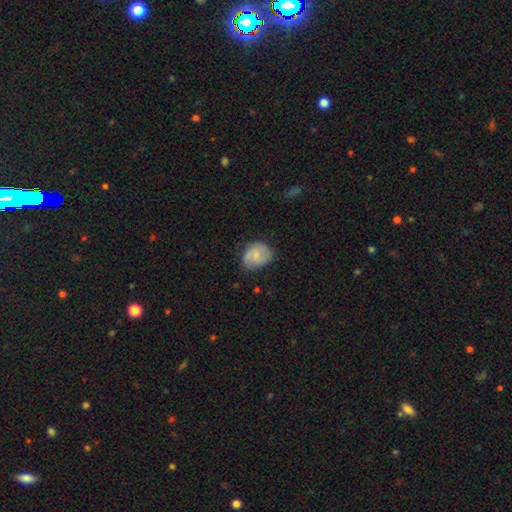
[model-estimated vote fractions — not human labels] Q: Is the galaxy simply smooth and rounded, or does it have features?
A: smooth — 62%.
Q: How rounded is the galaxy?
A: round — 51%.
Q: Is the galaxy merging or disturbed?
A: none — 60%.